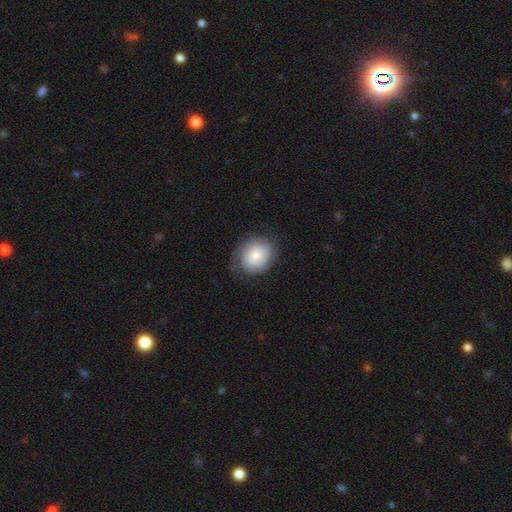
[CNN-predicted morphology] Q: Smooth or featured?
A: smooth (67%); runner-up: featured or disk (26%)
Q: How rounded?
A: round (55%); runner-up: in between (44%)
Q: Merging?
A: none (71%); runner-up: minor disturbance (20%)